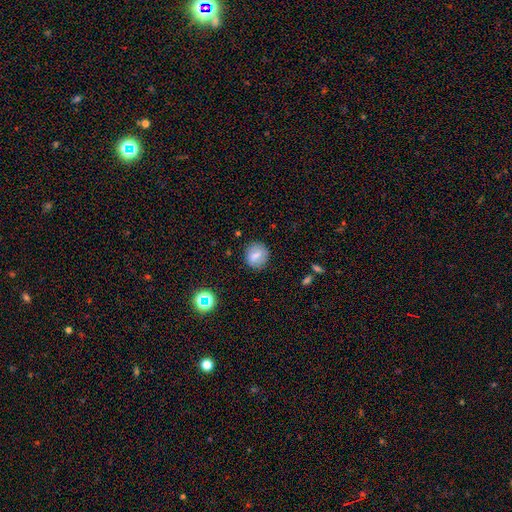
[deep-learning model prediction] Q: Smooth or featured?
A: smooth (69%); runner-up: featured or disk (20%)
Q: How rounded?
A: round (76%); runner-up: in between (23%)
Q: Merging?
A: none (82%); runner-up: minor disturbance (12%)